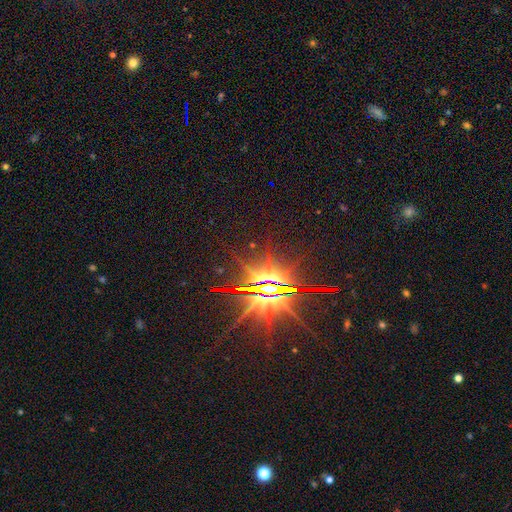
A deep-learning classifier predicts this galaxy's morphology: A star or artifact, not a galaxy (83%).